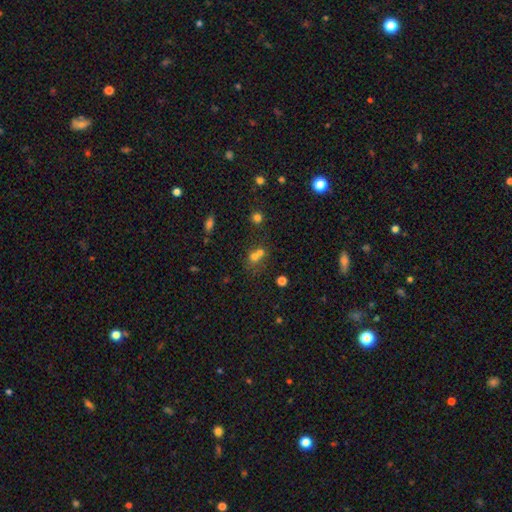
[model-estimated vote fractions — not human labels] smooth 64%, star or artifact 19%, featured or disk 16%. Down the decision tree: how rounded — round (74%); merging — merger (54%).